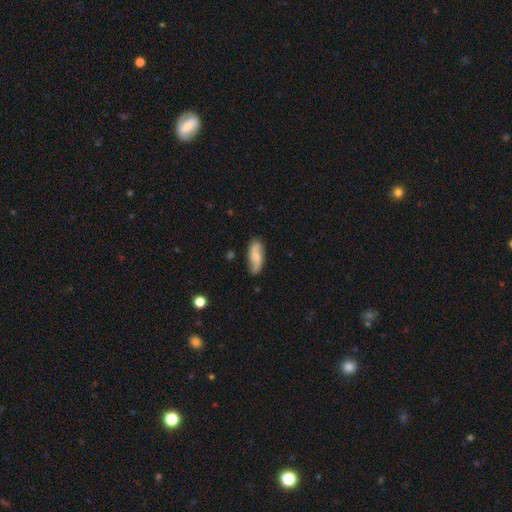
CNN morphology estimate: Overall: smooth (56%; featured or disk 37%). How rounded: in between (69%). Merging: none (77%).